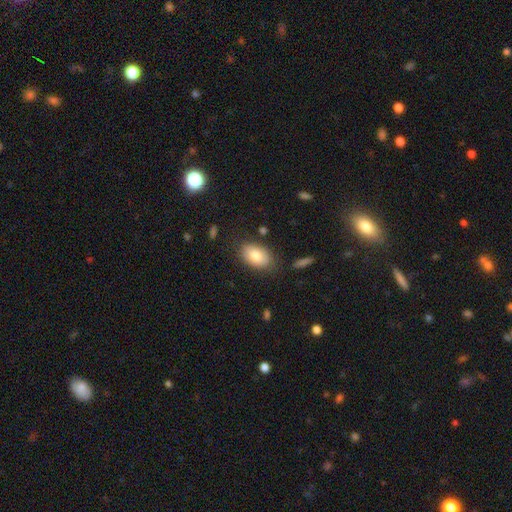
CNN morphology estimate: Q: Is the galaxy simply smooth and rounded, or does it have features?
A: smooth — 80%.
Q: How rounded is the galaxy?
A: in between — 88%.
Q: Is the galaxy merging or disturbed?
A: none — 80%.